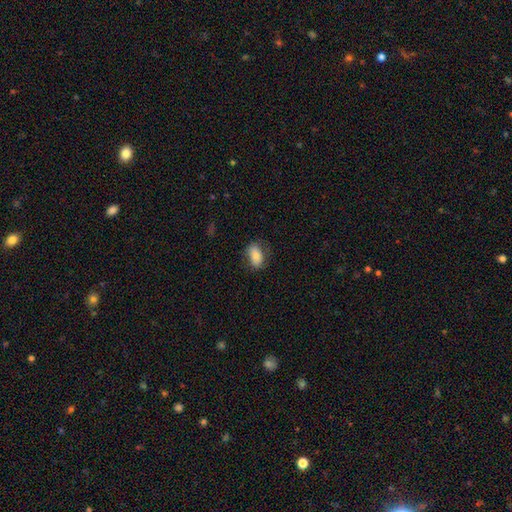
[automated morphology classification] Overall: smooth (78%). How rounded: in between (88%). Merging: none (71%).